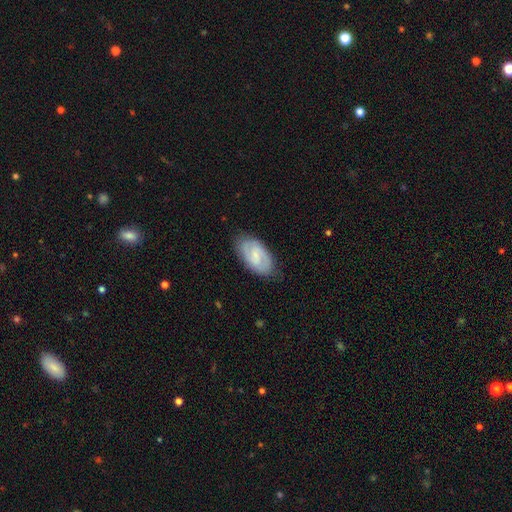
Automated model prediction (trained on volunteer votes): smooth-or-featured: featured or disk: 65% | smooth: 29% | star or artifact: 6%
  disk-edge-on: no: 96% | yes: 4%
    bar: weak: 56% | no: 26% | strong: 18%
    has-spiral-arms: yes: 88% | no: 12%
      spiral-winding: medium: 45% | tight: 38% | loose: 17%
      spiral-arm-count: 2: 81% | can't tell: 12% | 3: 2% | 1: 2% | 4: 1% | more than 4: 1%
    bulge-size: small: 58% | moderate: 24% | none: 16% | large: 2% | dominant: 1%
  merging: none: 82% | minor disturbance: 14% | major disturbance: 3% | merger: 1%